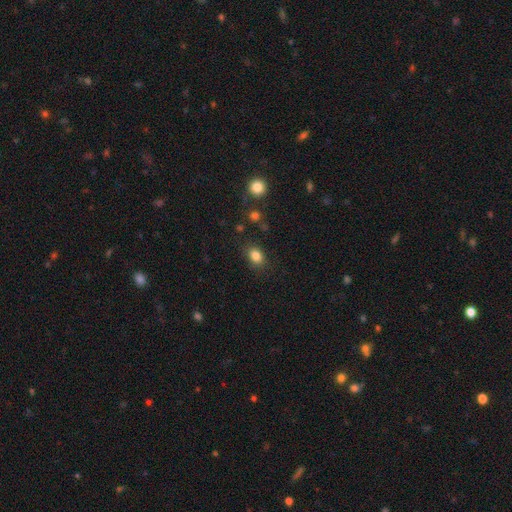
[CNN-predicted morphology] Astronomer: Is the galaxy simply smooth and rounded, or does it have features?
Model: smooth — 84%.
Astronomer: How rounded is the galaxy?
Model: in between — 70%.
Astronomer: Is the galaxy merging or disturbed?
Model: none — 82%.